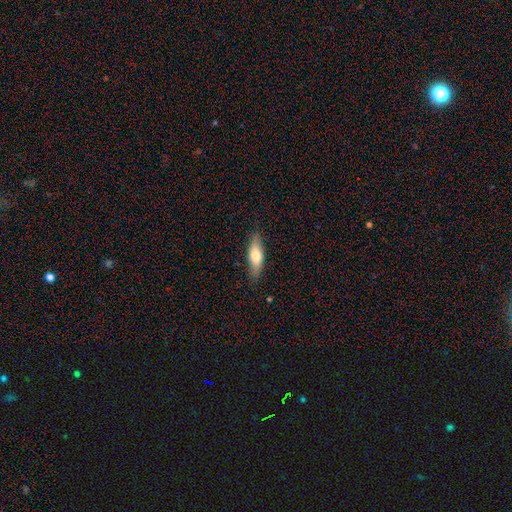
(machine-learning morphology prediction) Smooth or featured? Predicted: smooth (p=0.68). How rounded? Predicted: in between (p=0.54). Merging? Predicted: none (p=0.84).